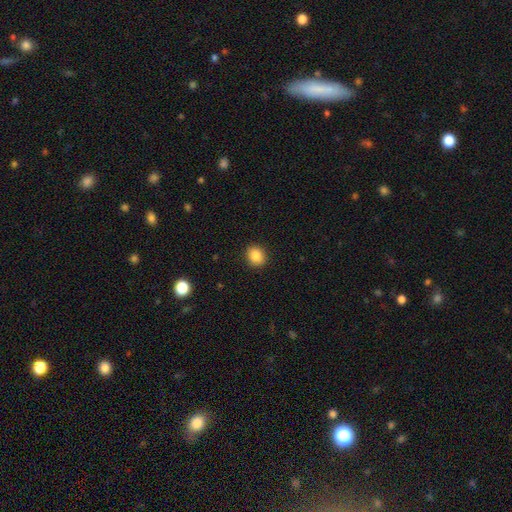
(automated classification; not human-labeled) Smooth or featured? smooth (86%)
How rounded? round (64%)
Merging? none (91%)